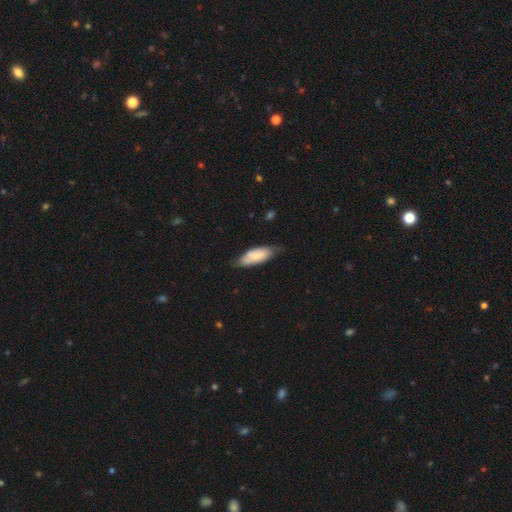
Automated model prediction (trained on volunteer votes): smooth-or-featured: smooth: 70% | featured or disk: 24% | star or artifact: 6%
  how-rounded: in between: 76% | cigar-shaped: 23% | round: 2%
  merging: none: 63% | minor disturbance: 30% | major disturbance: 6% | merger: 2%